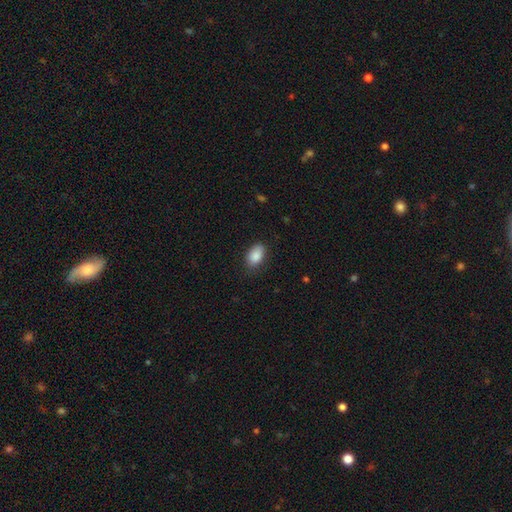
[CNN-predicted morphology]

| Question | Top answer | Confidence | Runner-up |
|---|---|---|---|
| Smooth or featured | smooth | 88% | star or artifact (7%) |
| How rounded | in between | 92% | round (7%) |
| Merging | none | 79% | minor disturbance (16%) |